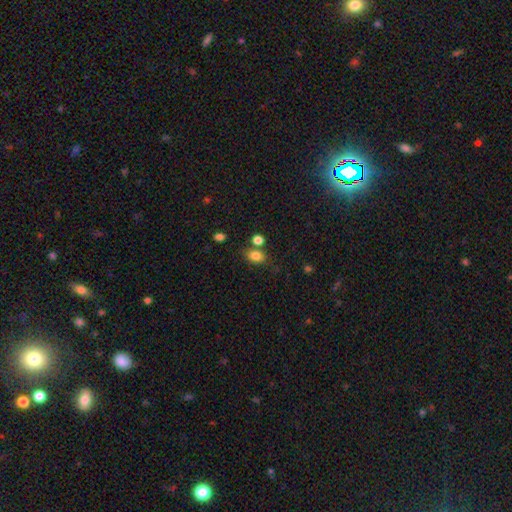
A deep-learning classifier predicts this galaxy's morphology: smooth_or_featured: smooth (p=0.82) [alt: star or artifact p=0.11]
how_rounded: in between (p=0.71) [alt: round p=0.28]
merging: none (p=0.64) [alt: merger p=0.18]